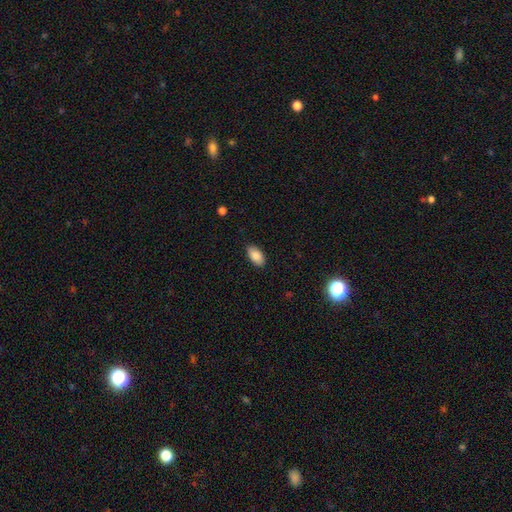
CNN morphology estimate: Smooth or featured: smooth — 87% (star or artifact — 7%)
How rounded: in between — 94% (round — 3%)
Merging: none — 88% (minor disturbance — 9%)